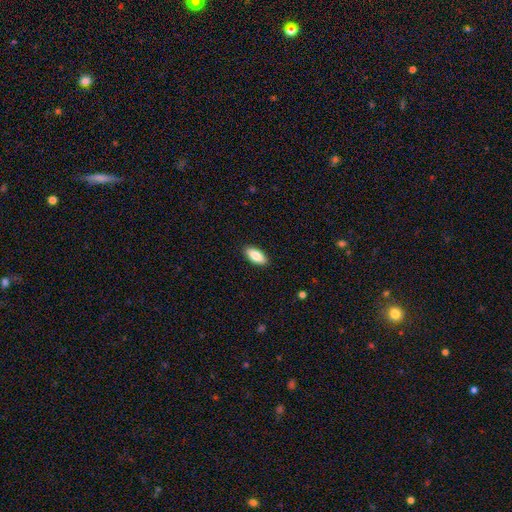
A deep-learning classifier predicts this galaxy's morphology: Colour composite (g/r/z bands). It shows a smooth galaxy with no disk features (86%) that is in between round and cigar-shaped (88%). Merging: none (90%).